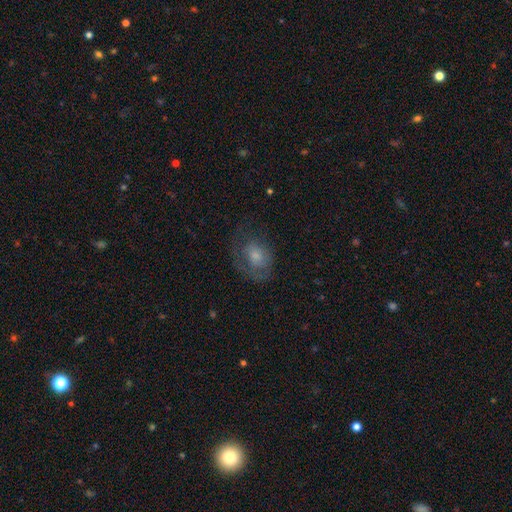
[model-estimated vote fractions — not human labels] A featured or disk galaxy (44%). Merging: none (54%).